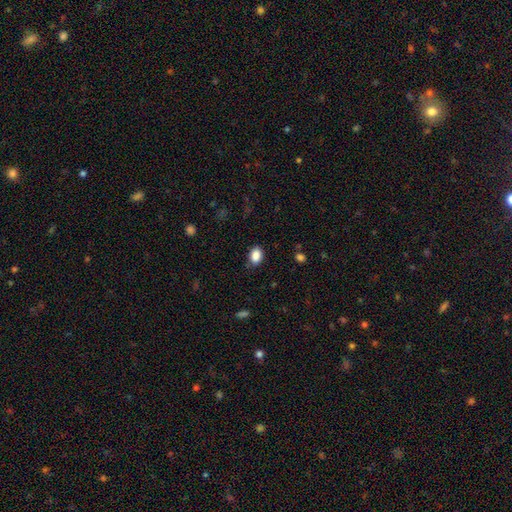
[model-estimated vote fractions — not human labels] The model was most divided on "how rounded": in between: 79%, round: 20%, cigar-shaped: 1%. More confident: smooth or featured — smooth (88%); merging — none (83%).